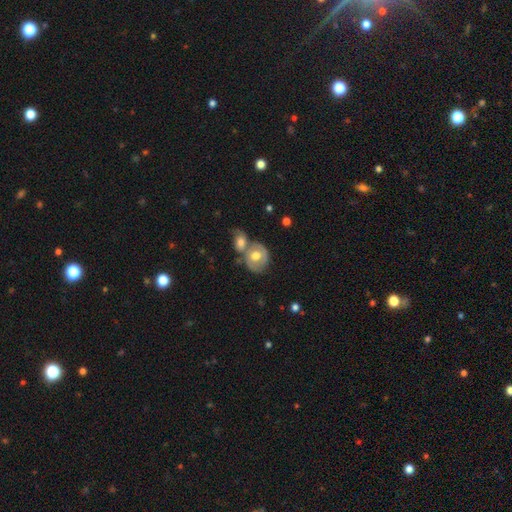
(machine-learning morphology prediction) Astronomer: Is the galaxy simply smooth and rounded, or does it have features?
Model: smooth — 50% (runner-up: featured or disk, 42%).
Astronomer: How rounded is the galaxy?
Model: round — 66%.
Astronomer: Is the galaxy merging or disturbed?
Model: merger — 49% (runner-up: none, 36%).